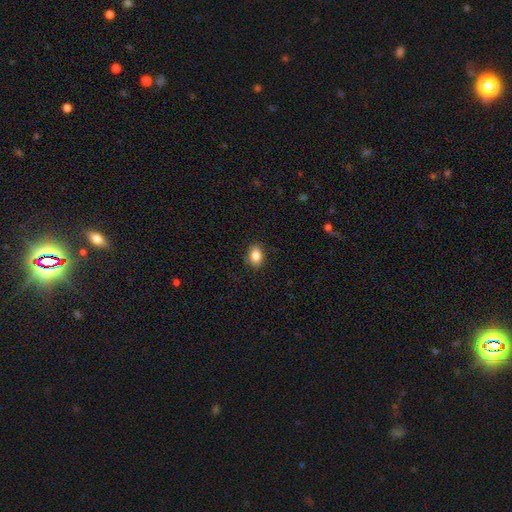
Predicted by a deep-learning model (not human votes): Smooth or featured: smooth — 85% (star or artifact — 9%)
How rounded: in between — 79% (round — 20%)
Merging: none — 87% (minor disturbance — 10%)